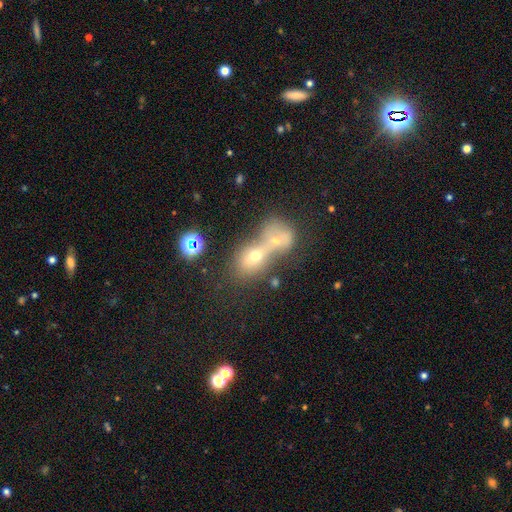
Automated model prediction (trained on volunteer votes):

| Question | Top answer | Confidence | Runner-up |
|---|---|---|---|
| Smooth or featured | smooth | 57% | featured or disk (25%) |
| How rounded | in between | 52% | round (45%) |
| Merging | merger | 74% | none (16%) |